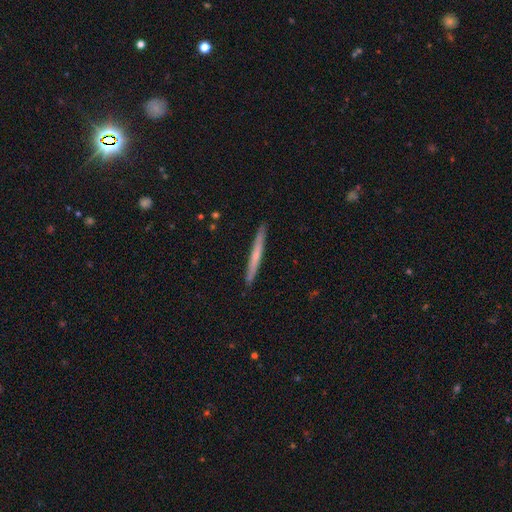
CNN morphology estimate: A smooth galaxy with no disk features (51%) that is cigar-shaped (97%).

Vote fractions:
- Smooth or featured? smooth: 51% / featured or disk: 44% / star or artifact: 5%
- How rounded? cigar-shaped: 97% / in between: 2% / round: 1%
- Merging? none: 92% / minor disturbance: 6% / major disturbance: 1% / merger: 1%